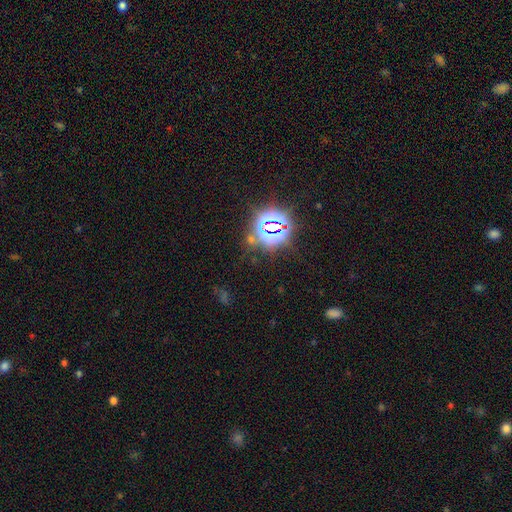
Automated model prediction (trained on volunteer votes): Morphology: type=star or artifact (79%).